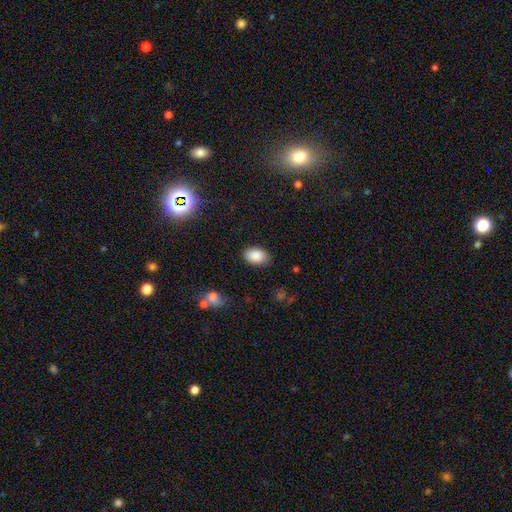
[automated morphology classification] smooth_or_featured: smooth (p=0.88) [alt: star or artifact p=0.08]
how_rounded: in between (p=0.89) [alt: round p=0.10]
merging: none (p=0.85) [alt: minor disturbance p=0.11]